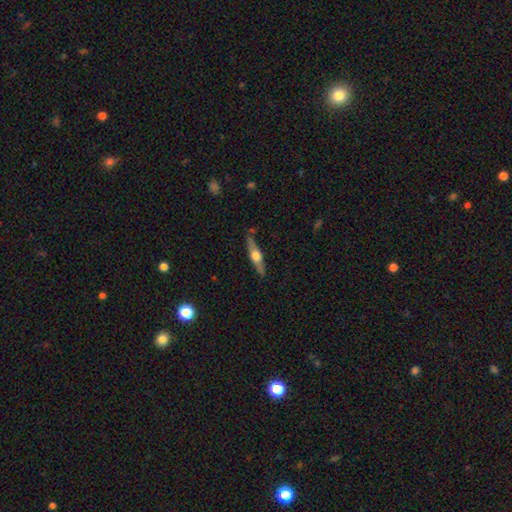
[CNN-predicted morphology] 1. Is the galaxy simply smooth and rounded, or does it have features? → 68% featured or disk, 27% smooth, 5% star or artifact.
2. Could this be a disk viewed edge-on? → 96% yes, 4% no.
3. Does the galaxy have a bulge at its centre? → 95% rounded, 4% boxy, 2% none.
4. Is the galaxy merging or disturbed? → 84% none, 11% minor disturbance, 2% major disturbance, 2% merger.